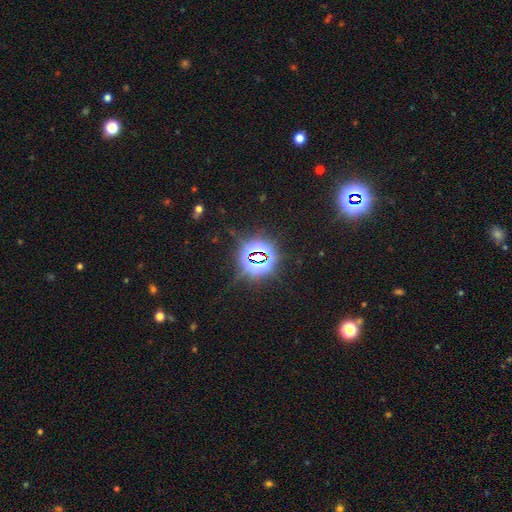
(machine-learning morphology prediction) This appears to be a star or artifact, not a galaxy (81%).